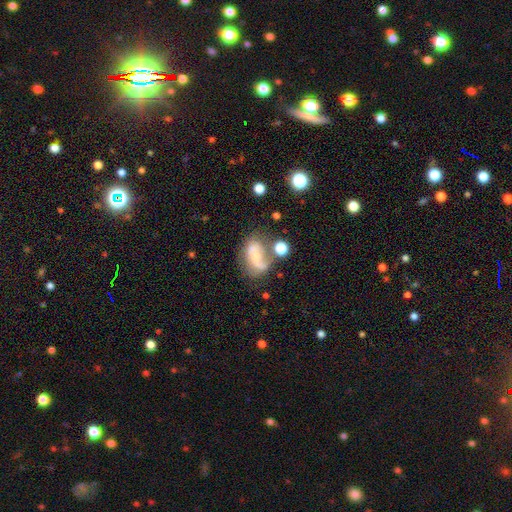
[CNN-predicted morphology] A featured or disk galaxy (55%) with no bar (63%), spiral arms (68%) and a small central bulge (57%). Merging: none (34%).